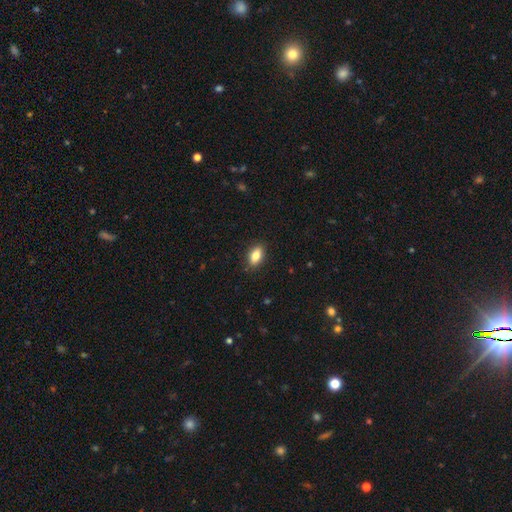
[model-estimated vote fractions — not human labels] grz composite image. It shows a smooth galaxy with no disk features (83%) that is in between round and cigar-shaped (87%). Merging: none (88%).